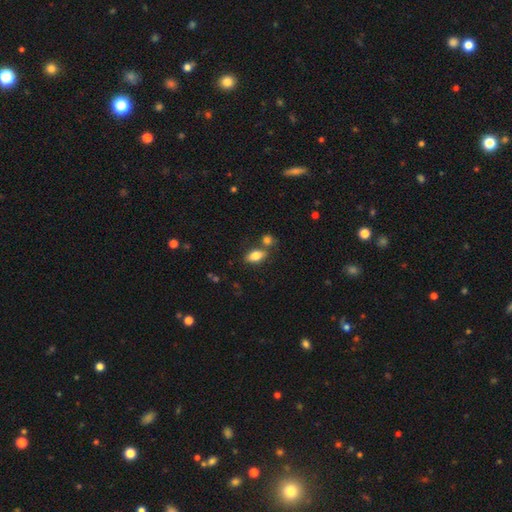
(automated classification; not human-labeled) Smooth or featured? Predicted: smooth (p=0.80). How rounded? Predicted: in between (p=0.87). Merging? Predicted: none (p=0.67).